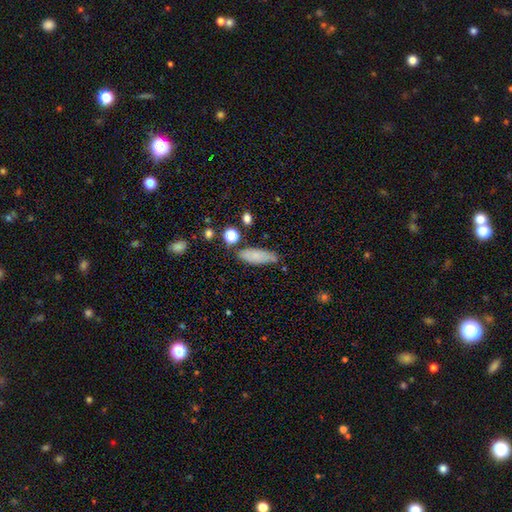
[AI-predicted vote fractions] This appears to be a smooth galaxy with no disk features (79%) that is in between round and cigar-shaped (66%). Merging: none (67%).